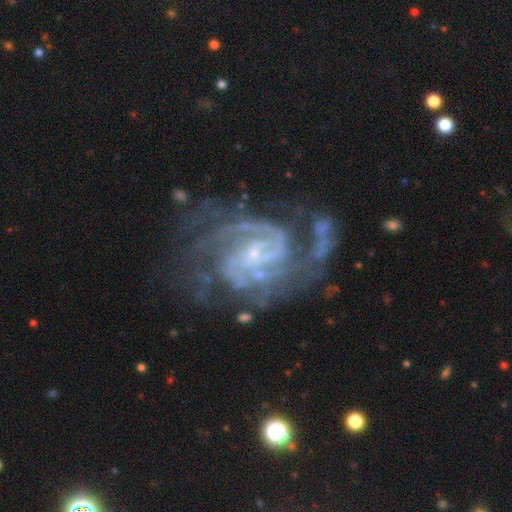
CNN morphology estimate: A featured or disk galaxy (92%) with a weak bar (43%, tied with no), 2 (44%) tight (54%) spiral arms (98%) and a small central bulge (77%).

Vote fractions:
- Smooth or featured? featured or disk: 92% / star or artifact: 5% / smooth: 3%
- Edge-on disk? no: 98% / yes: 2%
- Bar? weak: 43% (tied) / no: 43% (tied) / strong: 13%
- Spiral arms? yes: 98% / no: 2%
- Spiral winding? tight: 54% / medium: 39% / loose: 7%
- Spiral arm count? 2: 44% / 3: 21% / can't tell: 15% / 4: 9% / more than 4: 6% / 1: 6%
- Bulge size? small: 77% / moderate: 14% / none: 7% / large: 1% / dominant: 1%
- Merging? none: 56% / minor disturbance: 21% / major disturbance: 17% / merger: 6%